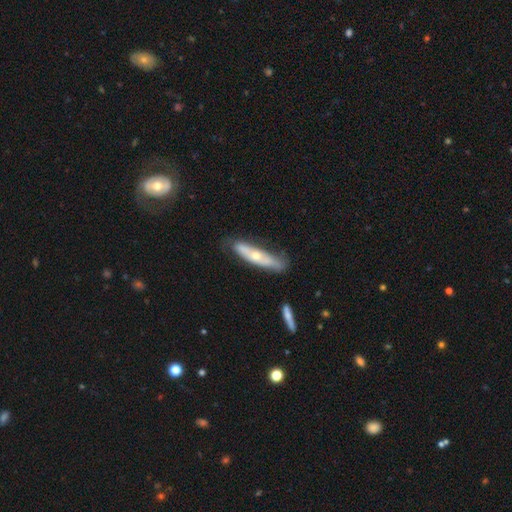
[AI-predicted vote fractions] This is possibly a featured or disk galaxy (52%). It is possibly viewed edge-on (55%). Merging: likely none (63%).